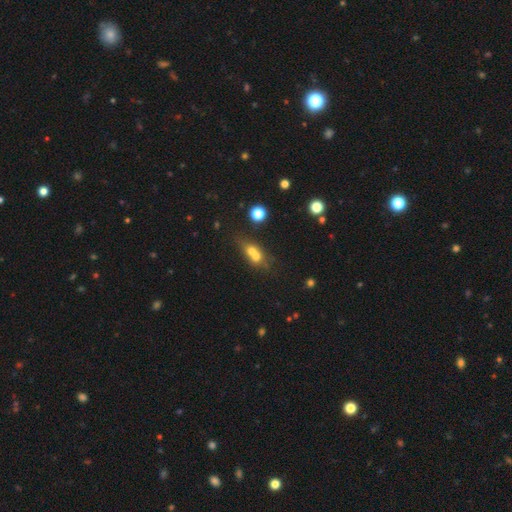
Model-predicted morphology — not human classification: The model was most divided on "how rounded": round: 58%, in between: 37%, cigar-shaped: 6%. More confident: merging — merger (63%); smooth or featured — smooth (62%).